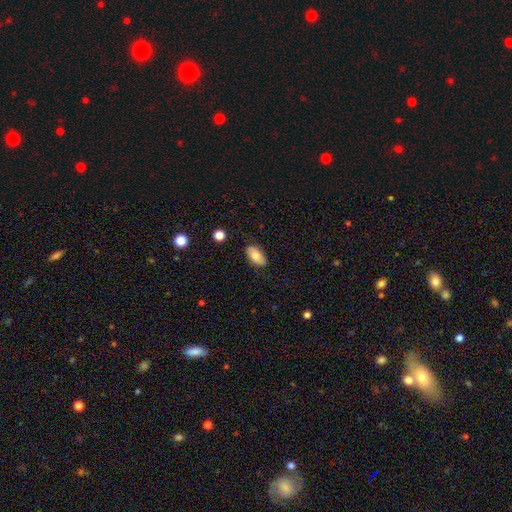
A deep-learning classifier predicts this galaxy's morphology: Smooth or featured? smooth (80%)
How rounded? in between (92%)
Merging? none (82%)